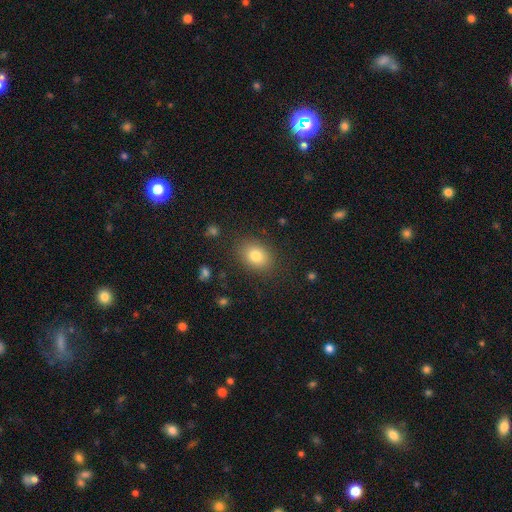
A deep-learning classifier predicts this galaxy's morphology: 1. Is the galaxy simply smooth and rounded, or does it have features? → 81% smooth, 10% star or artifact, 9% featured or disk.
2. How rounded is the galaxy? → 66% in between, 33% round, 1% cigar-shaped.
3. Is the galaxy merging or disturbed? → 84% none, 11% minor disturbance, 4% major disturbance, 1% merger.